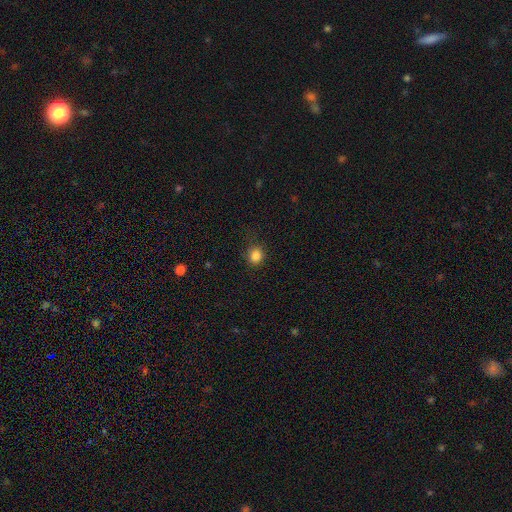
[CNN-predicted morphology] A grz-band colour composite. It shows a smooth galaxy with no disk features (85%) that is round (80%). Merging: none (82%).